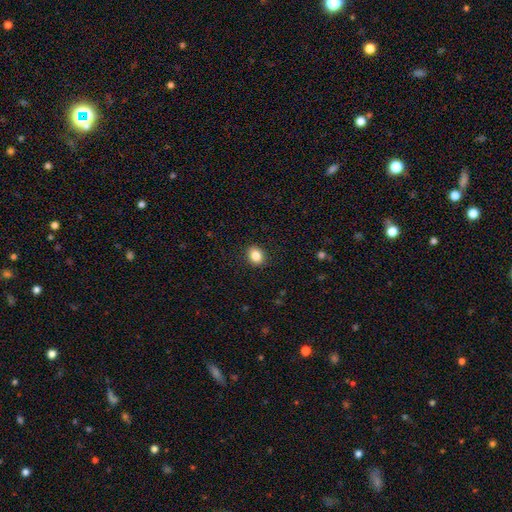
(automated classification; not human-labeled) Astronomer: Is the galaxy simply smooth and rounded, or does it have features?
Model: smooth — 85%.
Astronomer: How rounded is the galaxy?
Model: round — 55% (runner-up: in between, 44%).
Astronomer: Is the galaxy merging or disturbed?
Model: none — 90%.